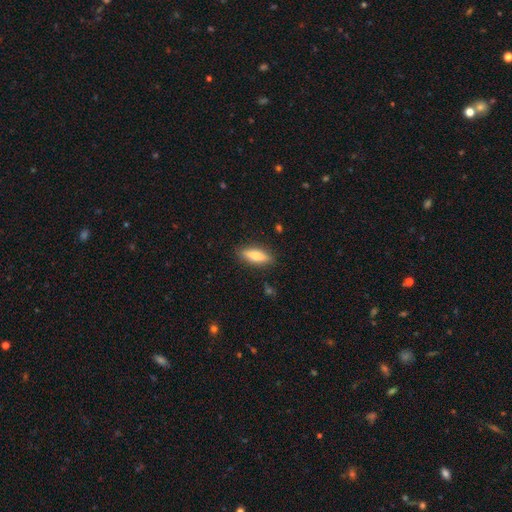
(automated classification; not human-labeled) A smooth galaxy with no disk features (78%) that is in between round and cigar-shaped (56%).

Vote fractions:
- Smooth or featured? smooth: 78% / featured or disk: 16% / star or artifact: 6%
- How rounded? in between: 56% / cigar-shaped: 41% / round: 2%
- Merging? none: 87% / minor disturbance: 10% / major disturbance: 2% / merger: 1%